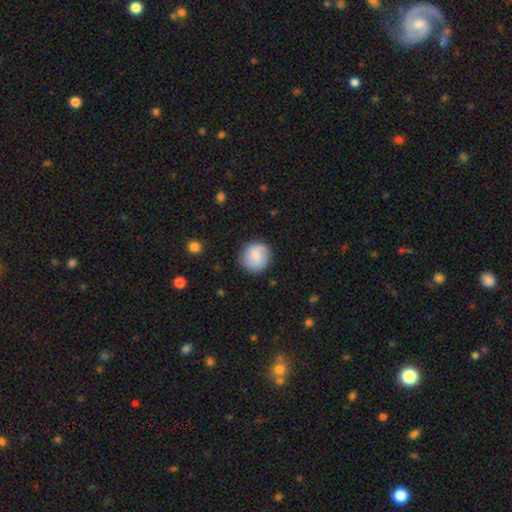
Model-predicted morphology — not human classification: Q: Smooth or featured?
A: smooth (75%); runner-up: featured or disk (18%)
Q: How rounded?
A: round (91%); runner-up: in between (8%)
Q: Merging?
A: none (85%); runner-up: minor disturbance (10%)